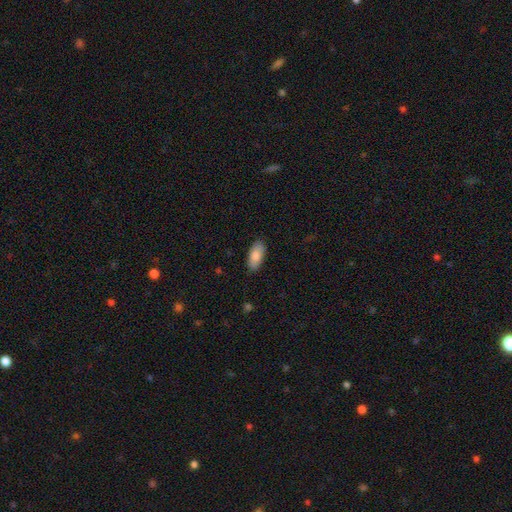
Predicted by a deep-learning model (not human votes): This appears to be a smooth galaxy with no disk features (84%) that is in between round and cigar-shaped (88%). Merging: none (86%).